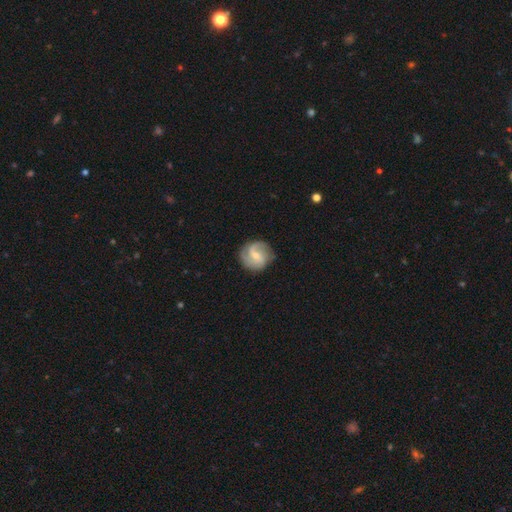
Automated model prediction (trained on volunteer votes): smooth-or-featured: featured or disk: 76% | smooth: 18% | star or artifact: 5%
  disk-edge-on: no: 98% | yes: 2%
    bar: weak: 54% | no: 30% | strong: 16%
    has-spiral-arms: yes: 94% | no: 6%
      spiral-winding: medium: 46% | tight: 31% | loose: 24%
      spiral-arm-count: 2: 60% | 3: 17% | can't tell: 13% | 1: 4% | 4: 3% | more than 4: 3%
    bulge-size: small: 55% | moderate: 40% | none: 2% | large: 1% | dominant: 1%
  merging: none: 80% | minor disturbance: 14% | major disturbance: 4% | merger: 1%